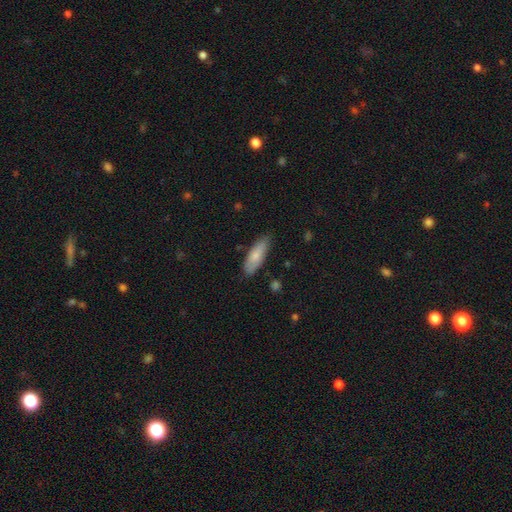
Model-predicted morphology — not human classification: Q: Smooth or featured?
A: smooth (75%); runner-up: featured or disk (20%)
Q: How rounded?
A: in between (62%); runner-up: cigar-shaped (36%)
Q: Merging?
A: none (80%); runner-up: minor disturbance (16%)